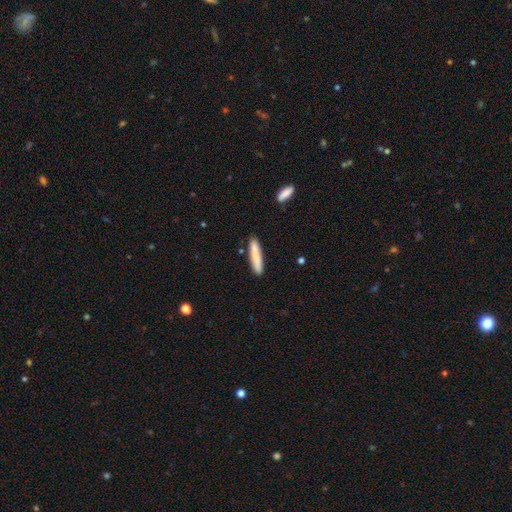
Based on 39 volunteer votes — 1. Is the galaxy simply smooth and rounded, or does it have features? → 87% smooth, 10% featured or disk, 3% star or artifact.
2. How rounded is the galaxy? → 91% cigar-shaped, 6% in between, 3% round.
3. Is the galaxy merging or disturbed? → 92% none, 8% minor disturbance, 0% major disturbance, 0% merger.